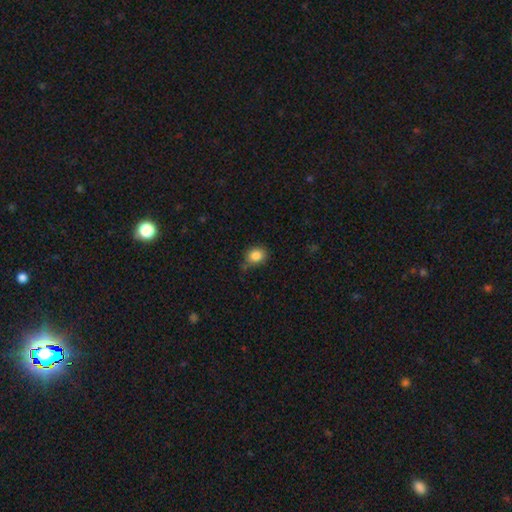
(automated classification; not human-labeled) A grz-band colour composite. It shows a smooth galaxy with no disk features (85%) that is round (68%). Merging: none (69%).